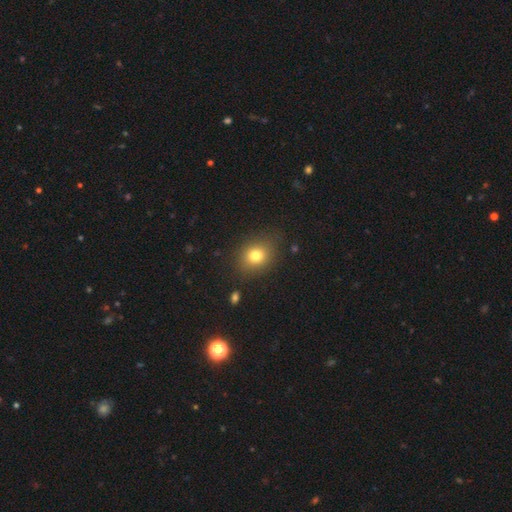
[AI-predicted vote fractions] The model was most divided on "how rounded": round: 60%, in between: 39%, cigar-shaped: 1%. More confident: merging — none (82%); smooth or featured — smooth (78%).